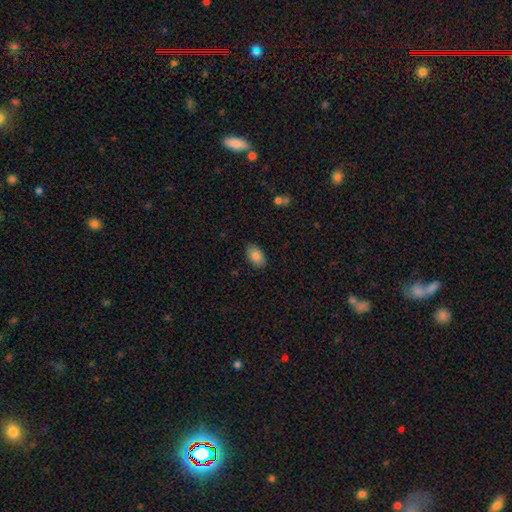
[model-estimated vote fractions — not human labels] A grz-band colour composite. It shows a smooth galaxy with no disk features (85%) that is in between round and cigar-shaped (91%). Merging: none (83%).